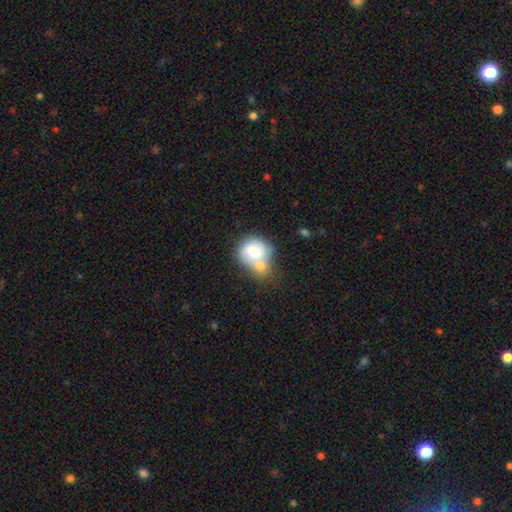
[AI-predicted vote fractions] This appears to be a smooth galaxy with no disk features (66%) that is round (66%). Merging: merger (59%).